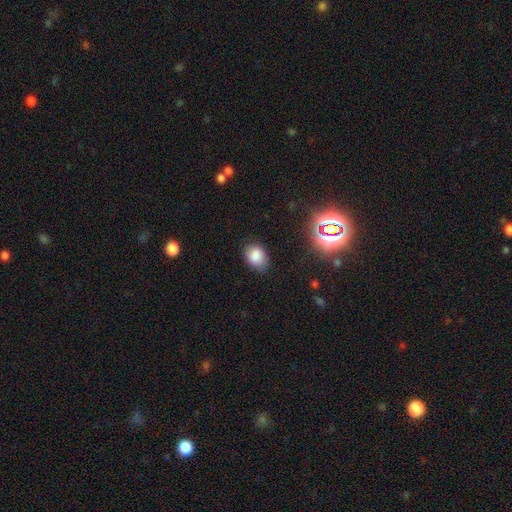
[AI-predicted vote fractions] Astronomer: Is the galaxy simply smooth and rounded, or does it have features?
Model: smooth — 83%.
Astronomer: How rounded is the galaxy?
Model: in between — 71%.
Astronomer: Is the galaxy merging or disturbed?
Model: none — 78%.